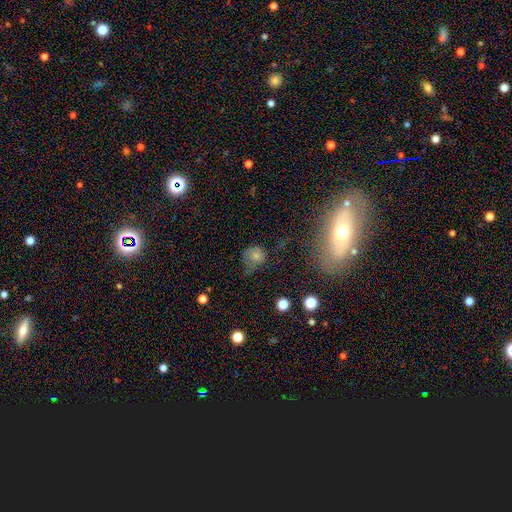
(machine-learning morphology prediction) The model was most divided on "merging": none: 39%, minor disturbance: 32%, major disturbance: 25%, merger: 4%. More confident: how rounded — round (77%); smooth or featured — smooth (66%).